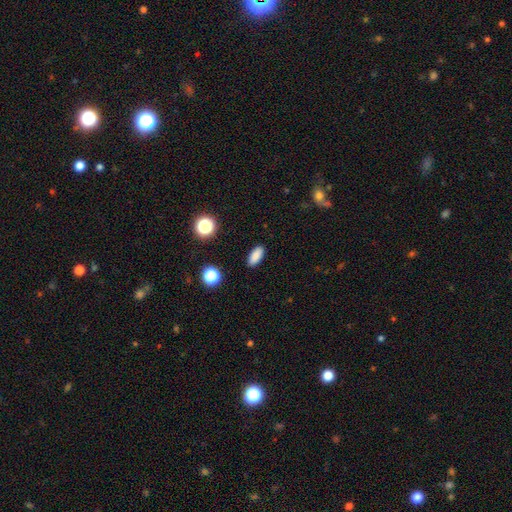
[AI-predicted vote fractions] The model was most divided on "how rounded": in between: 80%, cigar-shaped: 16%, round: 4%. More confident: merging — none (89%); smooth or featured — smooth (85%).